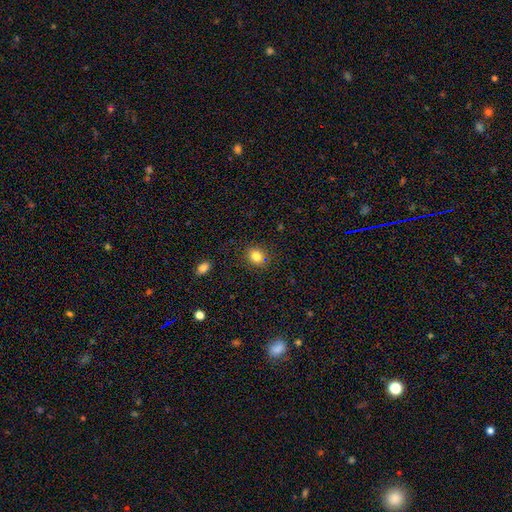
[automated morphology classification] type=smooth (83%); roundness=round (63%); merging=none (86%).